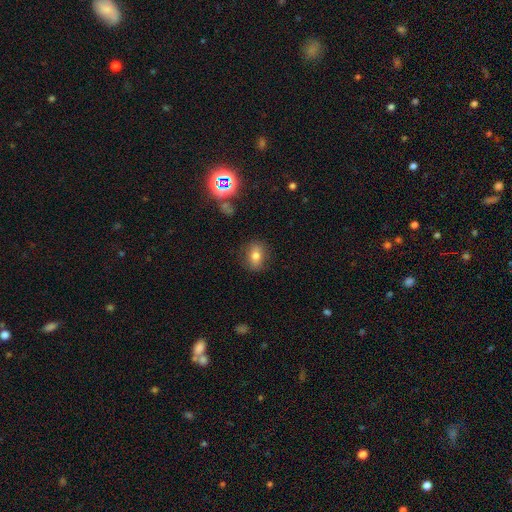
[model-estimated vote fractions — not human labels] Smooth or featured? Predicted: smooth (p=0.71). How rounded? Predicted: in between (p=0.70). Merging? Predicted: none (p=0.83).